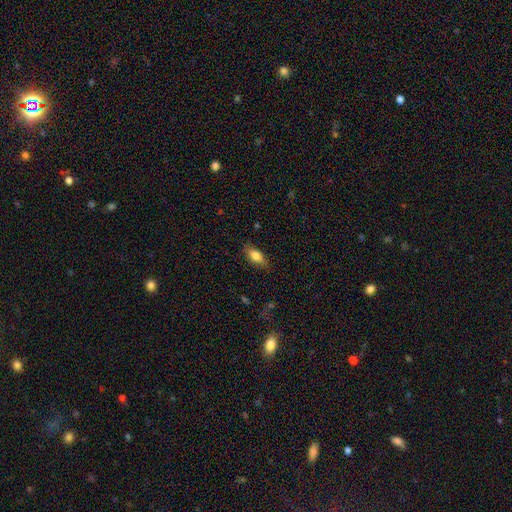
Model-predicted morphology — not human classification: Overall: smooth (78%). How rounded: in between (83%). Merging: none (80%).